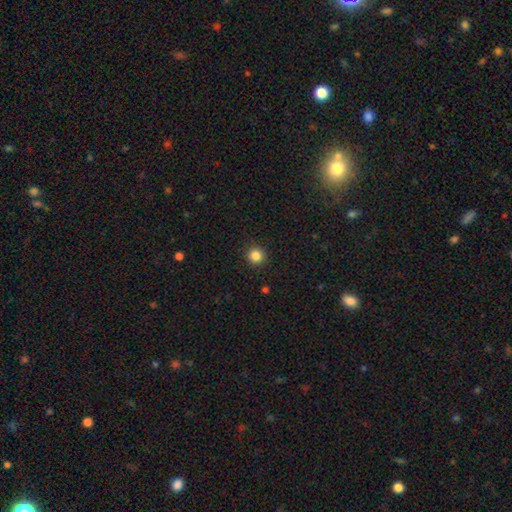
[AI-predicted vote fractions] A smooth galaxy with no disk features (85%) that is round (94%).

Vote fractions:
- Smooth or featured? smooth: 85% / star or artifact: 11% / featured or disk: 4%
- How rounded? round: 94% / in between: 5% / cigar-shaped: 1%
- Merging? none: 92% / minor disturbance: 5% / major disturbance: 2% / merger: 1%